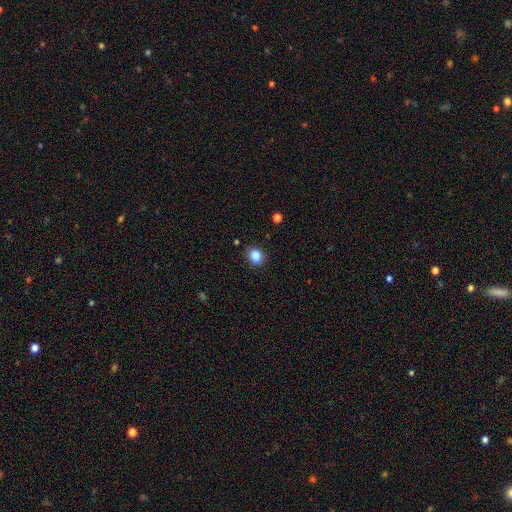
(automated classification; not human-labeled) This appears to be a smooth galaxy with no disk features (86%) that is round (59%). Merging: none (85%).